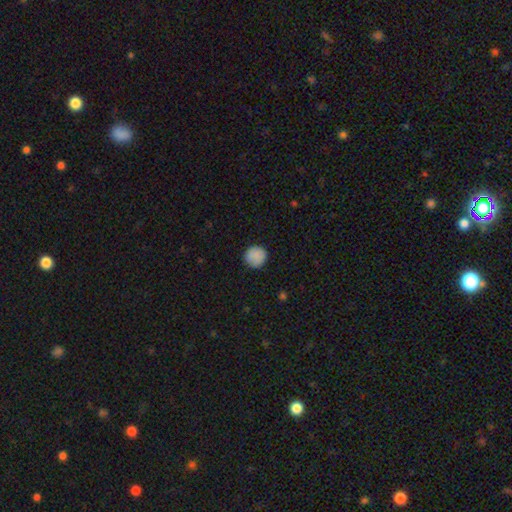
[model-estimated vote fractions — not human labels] This is clearly a smooth galaxy (88%). How rounded: clearly round (93%). Merging: clearly none (87%).